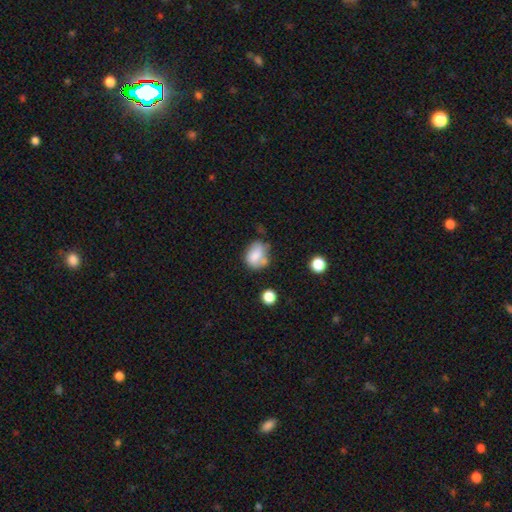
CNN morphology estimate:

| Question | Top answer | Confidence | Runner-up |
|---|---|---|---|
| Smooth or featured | smooth | 73% | featured or disk (17%) |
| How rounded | in between | 61% | round (38%) |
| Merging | none | 39% | minor disturbance (31%) |